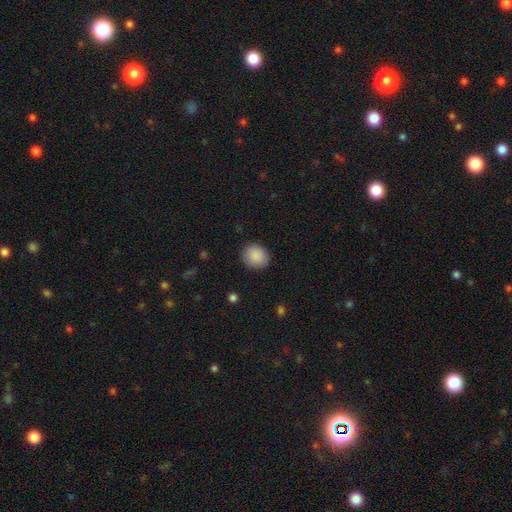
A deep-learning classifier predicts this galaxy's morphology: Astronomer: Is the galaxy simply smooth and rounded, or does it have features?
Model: smooth — 89%.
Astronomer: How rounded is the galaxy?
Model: round — 75%.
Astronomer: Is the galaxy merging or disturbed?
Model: none — 88%.